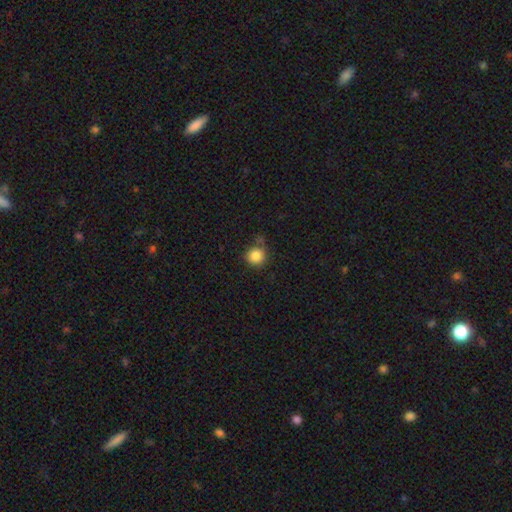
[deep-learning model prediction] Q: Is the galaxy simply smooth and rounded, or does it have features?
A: smooth — 86%.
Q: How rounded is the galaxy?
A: round — 91%.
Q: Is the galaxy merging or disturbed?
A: none — 71%.